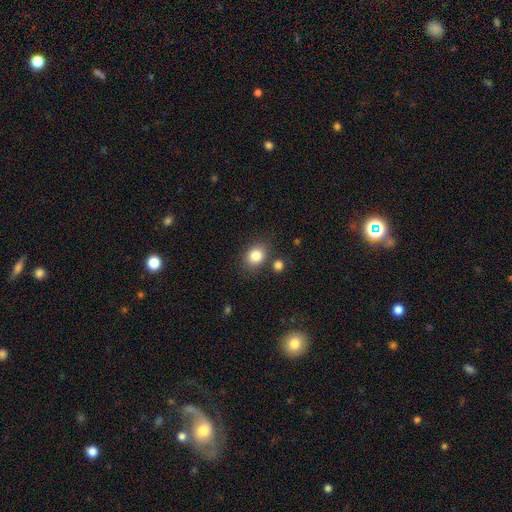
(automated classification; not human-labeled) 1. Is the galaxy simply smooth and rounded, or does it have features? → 84% smooth, 10% star or artifact, 6% featured or disk.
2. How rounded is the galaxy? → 55% round, 44% in between, 1% cigar-shaped.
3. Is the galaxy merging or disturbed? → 77% none, 12% minor disturbance, 8% merger, 4% major disturbance.